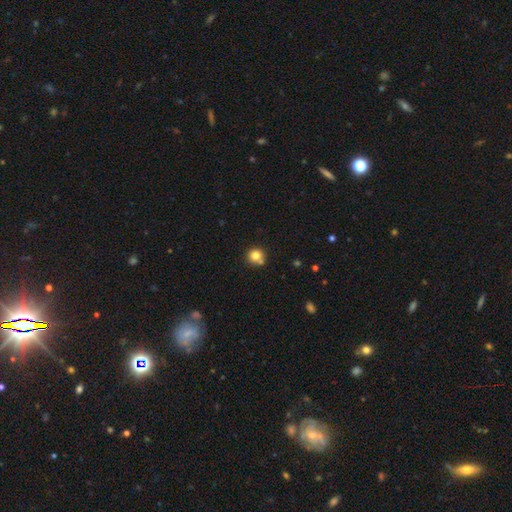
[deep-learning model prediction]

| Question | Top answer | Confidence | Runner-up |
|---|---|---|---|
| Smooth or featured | smooth | 80% | star or artifact (11%) |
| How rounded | round | 92% | in between (7%) |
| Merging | none | 68% | merger (19%) |